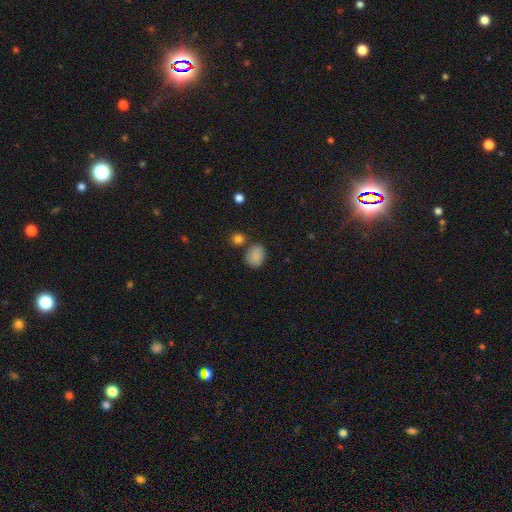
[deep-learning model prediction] The model was most divided on "how rounded": in between: 50%, round: 49%, cigar-shaped: 1%. More confident: smooth or featured — smooth (85%); merging — none (70%).